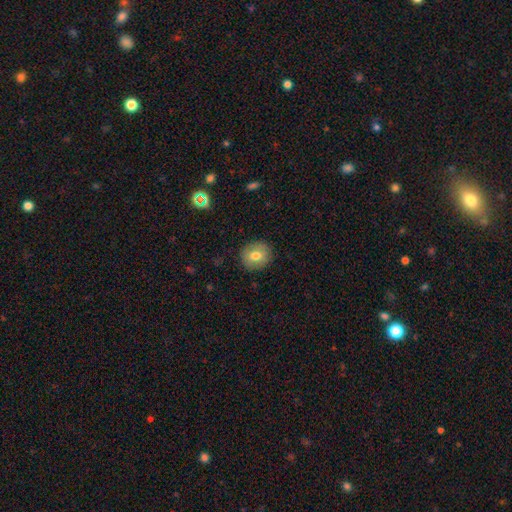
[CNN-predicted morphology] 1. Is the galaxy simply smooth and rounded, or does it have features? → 74% smooth, 16% featured or disk, 9% star or artifact.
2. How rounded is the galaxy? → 86% round, 13% in between, 1% cigar-shaped.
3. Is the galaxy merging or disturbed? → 88% none, 9% minor disturbance, 2% major disturbance, 1% merger.